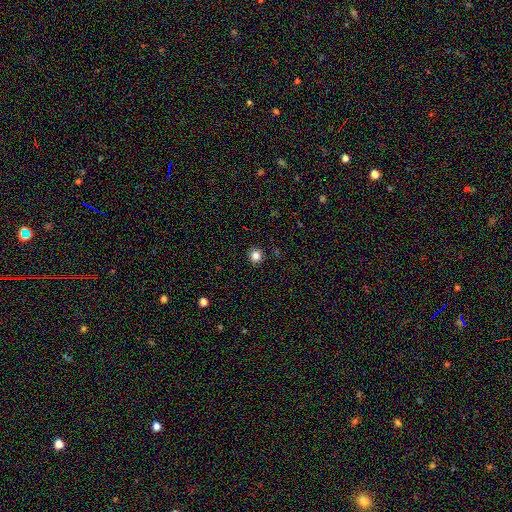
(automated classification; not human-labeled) A smooth galaxy with no disk features (84%) that is round (91%). Merging: none (91%).